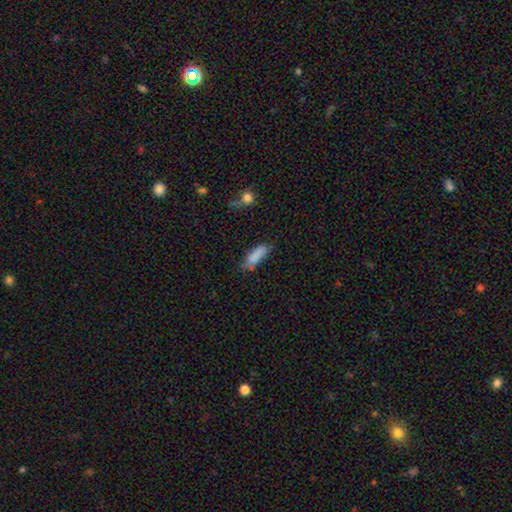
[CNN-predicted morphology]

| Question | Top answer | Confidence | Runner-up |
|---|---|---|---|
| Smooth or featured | smooth | 85% | star or artifact (8%) |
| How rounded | in between | 59% | cigar-shaped (39%) |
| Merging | none | 60% | minor disturbance (28%) |